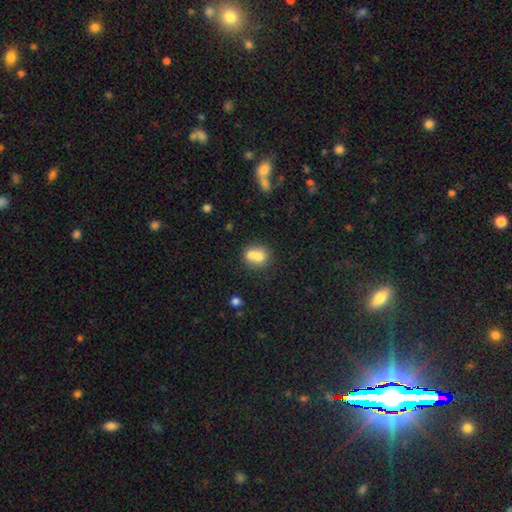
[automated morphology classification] type=smooth (70%); roundness=round (73%); merging=merger (60%).